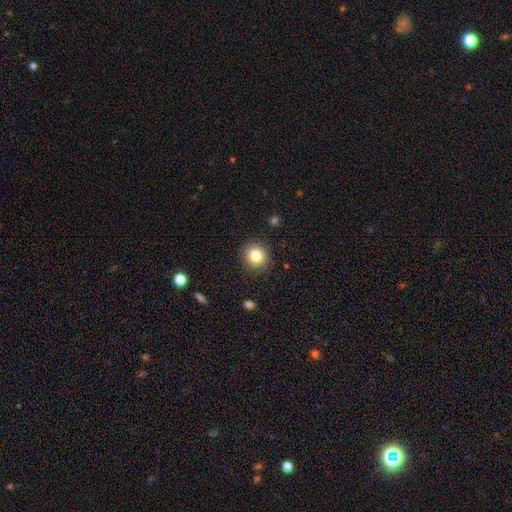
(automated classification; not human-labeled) Morphology: type=smooth (82%); roundness=round (91%); merging=none (90%).